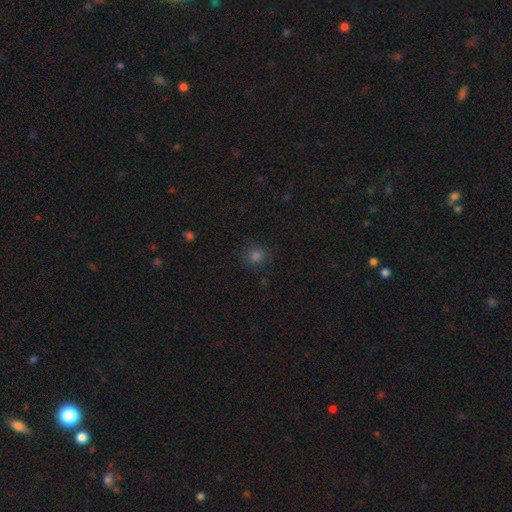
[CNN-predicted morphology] smooth 75%, star or artifact 20%, featured or disk 5%. Down the decision tree: how rounded — round (88%); merging — none (87%).